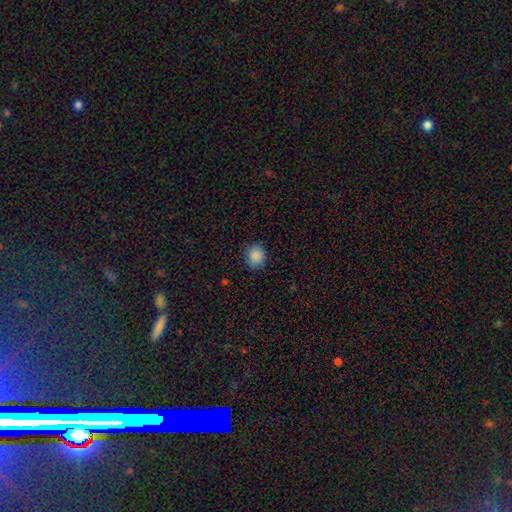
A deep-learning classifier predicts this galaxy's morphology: smooth 87%, star or artifact 10%, featured or disk 3%. Down the decision tree: how rounded — round (79%); merging — none (85%).